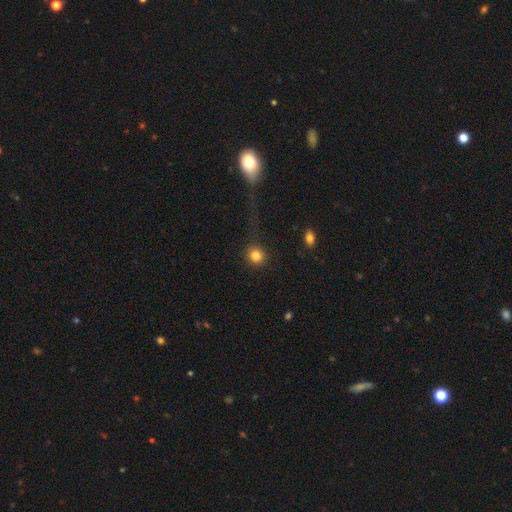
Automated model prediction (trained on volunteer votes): Smooth or featured? Predicted: smooth (p=0.85). How rounded? Predicted: round (p=0.92). Merging? Predicted: none (p=0.85).